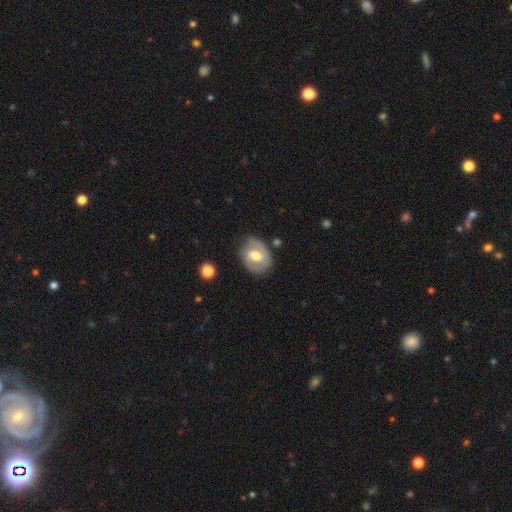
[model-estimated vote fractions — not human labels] The model was most divided on "bar": weak: 49%, no: 32%, strong: 20%. More confident: edge-on disk — no (95%); bulge size — moderate (69%); spiral arms — yes (67%); merging — none (65%); smooth or featured — featured or disk (58%).